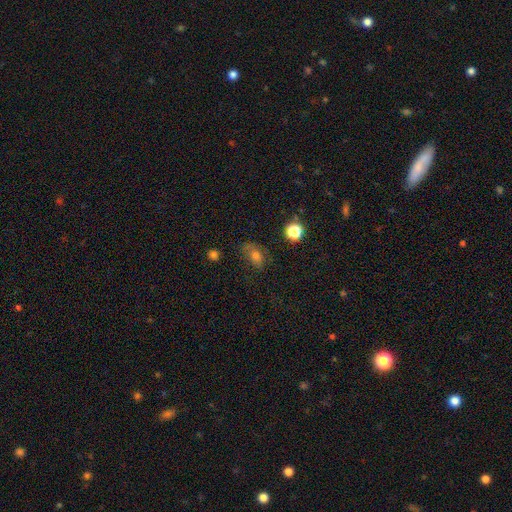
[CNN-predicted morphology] smooth 68%, star or artifact 16%, featured or disk 15%. Down the decision tree: how rounded — in between (74%); merging — none (54%).